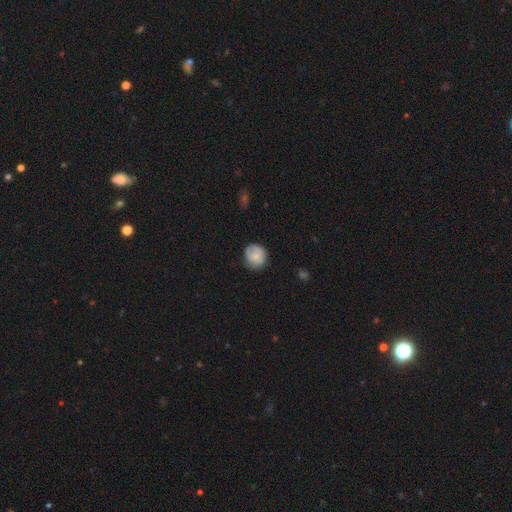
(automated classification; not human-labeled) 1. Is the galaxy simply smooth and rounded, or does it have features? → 75% smooth, 18% featured or disk, 7% star or artifact.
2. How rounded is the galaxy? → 84% round, 15% in between, 1% cigar-shaped.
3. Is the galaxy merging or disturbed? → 73% none, 21% minor disturbance, 5% major disturbance, 1% merger.